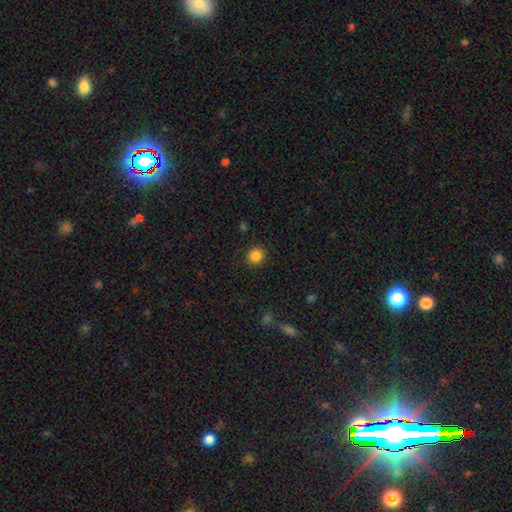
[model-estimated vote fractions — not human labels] smooth 85%, star or artifact 11%, featured or disk 4%. Down the decision tree: how rounded — round (88%); merging — none (89%).